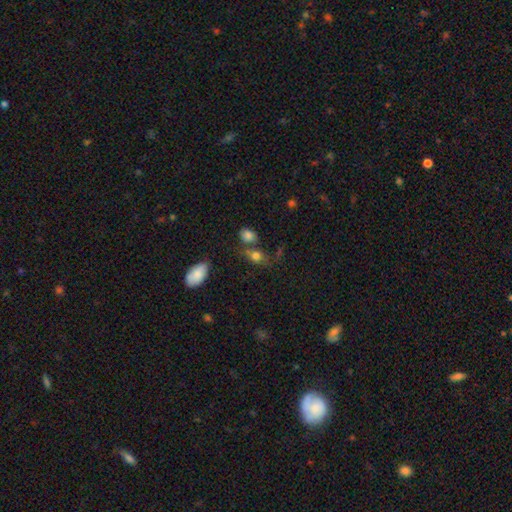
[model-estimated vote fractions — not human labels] Overall: smooth (74%). How rounded: in between (55%; round 41%). Merging: none (49%; merger 27%).